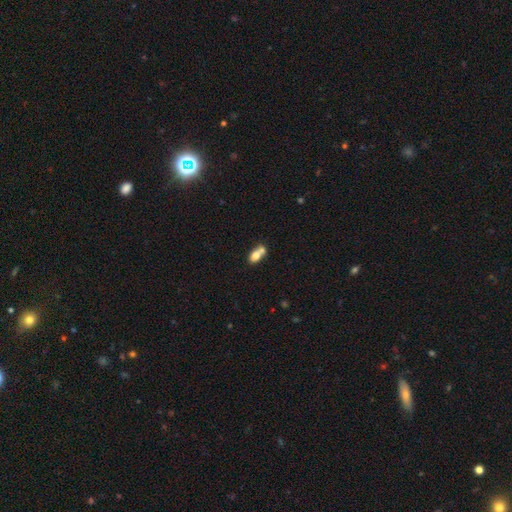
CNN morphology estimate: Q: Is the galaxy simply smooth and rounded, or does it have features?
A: smooth — 73%.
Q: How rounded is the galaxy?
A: in between — 81%.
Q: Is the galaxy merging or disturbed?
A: merger — 55%.